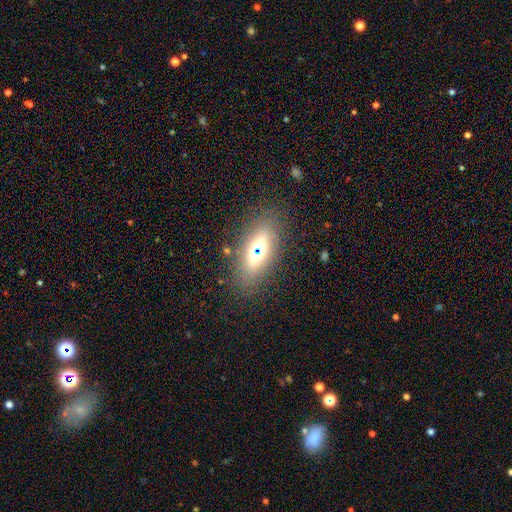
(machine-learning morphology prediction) Smooth or featured?
  - smooth: 55% *
  - featured or disk: 25%
  - star or artifact: 20%
How rounded?
  - in between: 78% *
  - round: 11%
  - cigar-shaped: 11%
Merging?
  - none: 82% *
  - minor disturbance: 10%
  - major disturbance: 5%
  - merger: 2%